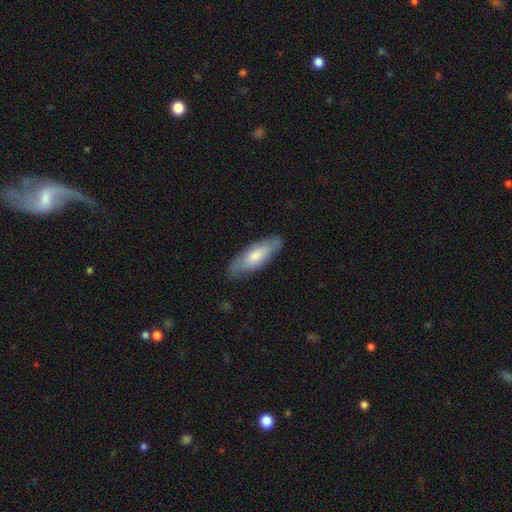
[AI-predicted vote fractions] smooth_or_featured: smooth (p=0.69) [alt: featured or disk p=0.26]
how_rounded: in between (p=0.60) [alt: cigar-shaped p=0.38]
merging: none (p=0.80) [alt: minor disturbance p=0.16]